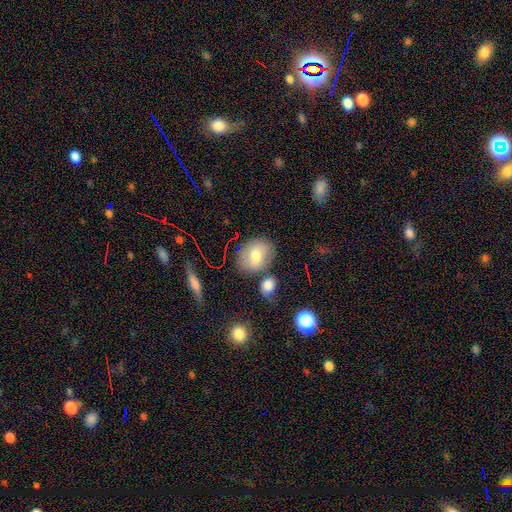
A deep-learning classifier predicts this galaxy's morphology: smooth_or_featured: smooth (p=0.71) [alt: featured or disk p=0.21]
how_rounded: in between (p=0.61) [alt: round p=0.38]
merging: none (p=0.73) [alt: minor disturbance p=0.14]